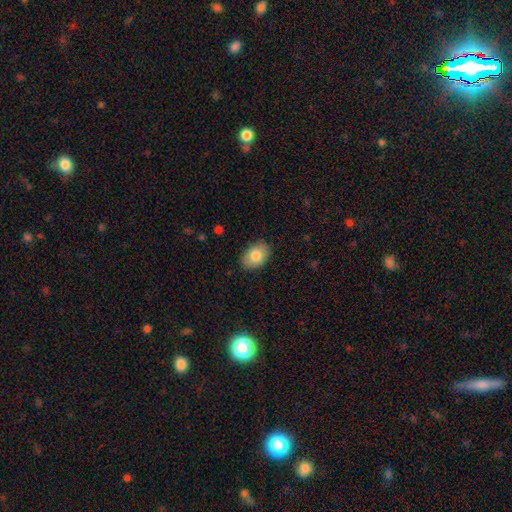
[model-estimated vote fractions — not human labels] Smooth or featured? smooth (82%)
How rounded? in between (86%)
Merging? none (87%)